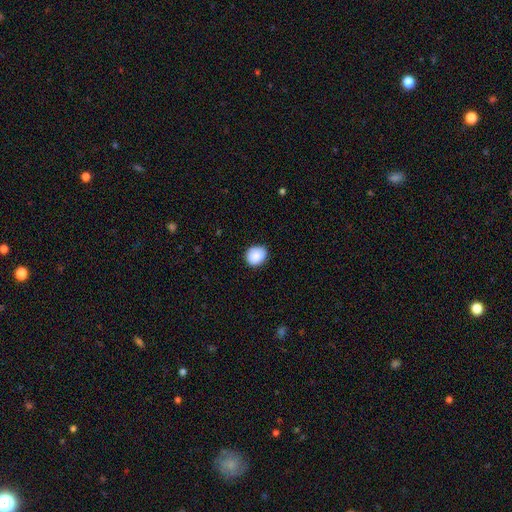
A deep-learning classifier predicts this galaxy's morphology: The model was most divided on "how rounded": round: 65%, in between: 34%, cigar-shaped: 1%. More confident: smooth or featured — smooth (89%); merging — none (84%).